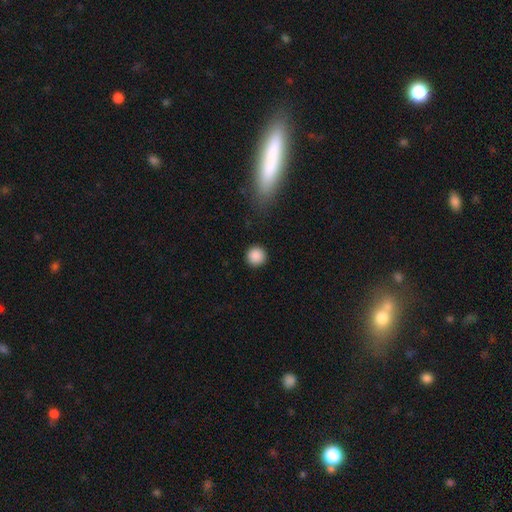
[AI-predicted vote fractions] The model was most divided on "smooth or featured": smooth: 88%, star or artifact: 9%, featured or disk: 3%. More confident: how rounded — round (95%); merging — none (91%).